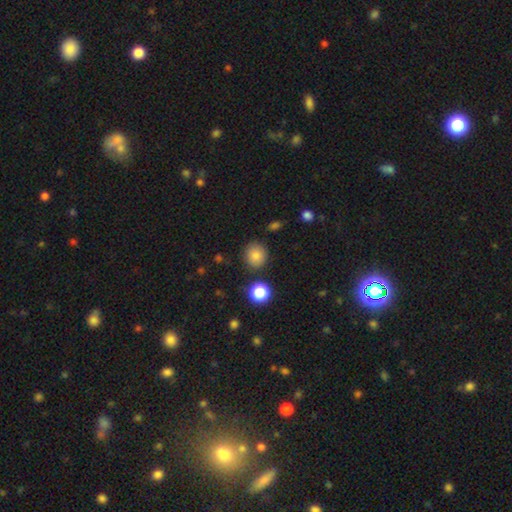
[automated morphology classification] Smooth or featured: smooth — 83% (star or artifact — 11%)
How rounded: round — 84% (in between — 15%)
Merging: none — 85% (minor disturbance — 9%)